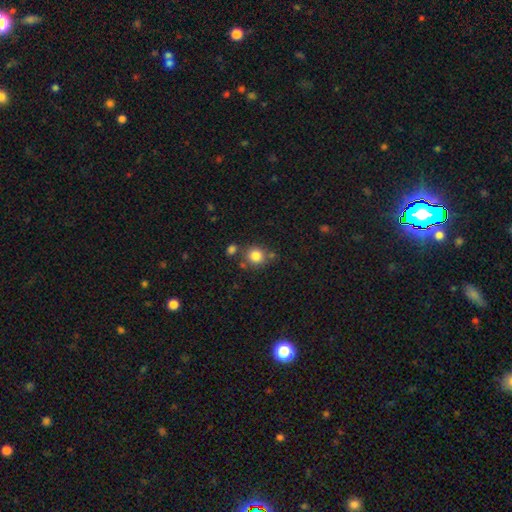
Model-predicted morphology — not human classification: Q: Smooth or featured?
A: smooth (82%); runner-up: star or artifact (11%)
Q: How rounded?
A: round (85%); runner-up: in between (14%)
Q: Merging?
A: none (71%); runner-up: merger (13%)